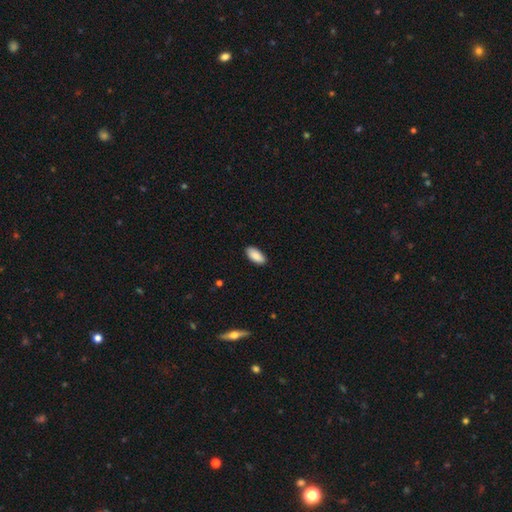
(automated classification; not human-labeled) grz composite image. It shows a smooth galaxy with no disk features (89%) that is in between round and cigar-shaped (92%). Merging: none (88%).